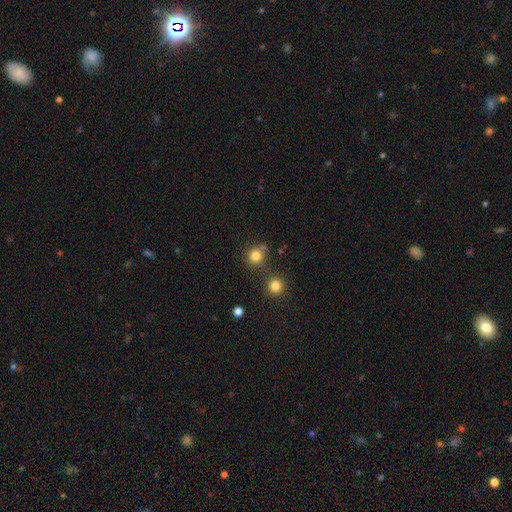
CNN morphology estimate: A smooth galaxy with no disk features (81%) that is round (90%).

Vote fractions:
- Smooth or featured? smooth: 81% / star or artifact: 14% / featured or disk: 6%
- How rounded? round: 90% / in between: 9% / cigar-shaped: 1%
- Merging? none: 75% / merger: 12% / minor disturbance: 10% / major disturbance: 4%